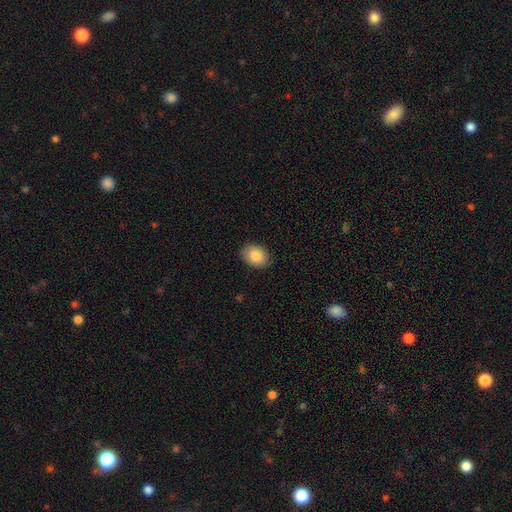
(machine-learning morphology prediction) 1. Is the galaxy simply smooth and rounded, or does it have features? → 86% smooth, 7% star or artifact, 7% featured or disk.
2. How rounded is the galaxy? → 75% in between, 24% round, 1% cigar-shaped.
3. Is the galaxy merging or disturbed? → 88% none, 9% minor disturbance, 2% major disturbance, 1% merger.